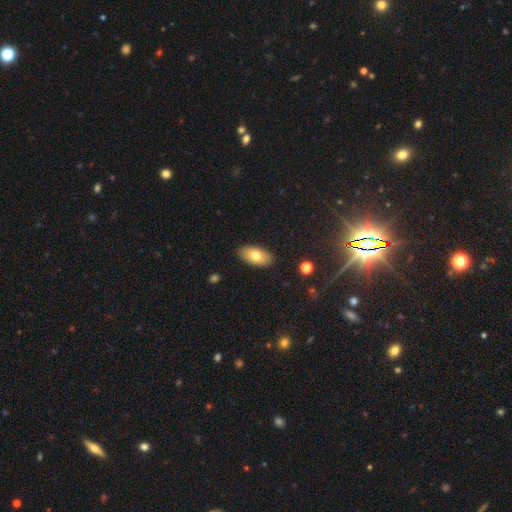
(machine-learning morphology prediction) Q: Smooth or featured?
A: smooth (74%); runner-up: featured or disk (18%)
Q: How rounded?
A: in between (92%); runner-up: cigar-shaped (4%)
Q: Merging?
A: none (89%); runner-up: minor disturbance (8%)